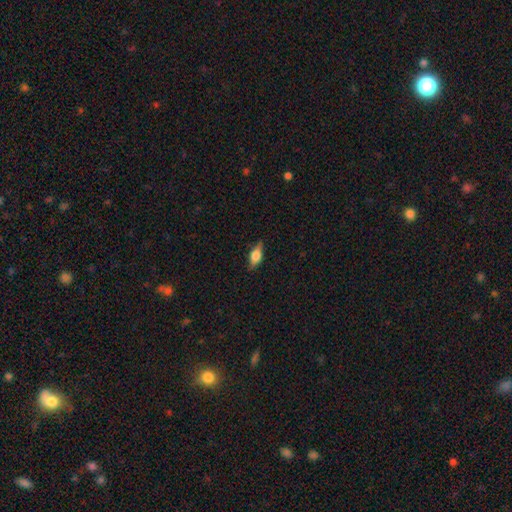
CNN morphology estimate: Smooth or featured? smooth (51%)
How rounded? in between (73%)
Merging? none (83%)